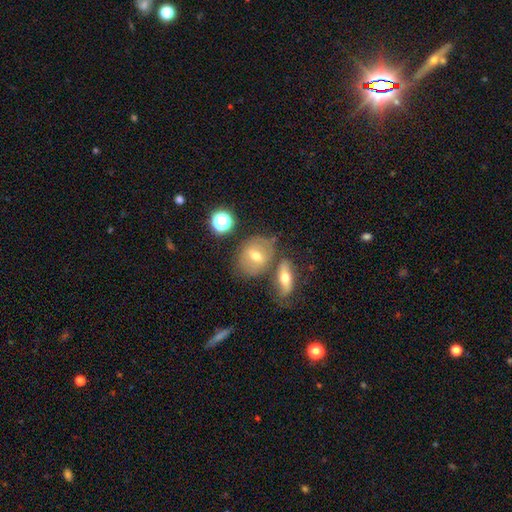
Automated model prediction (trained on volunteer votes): A smooth galaxy with no disk features (49%).

Vote fractions:
- Smooth or featured? smooth: 49% / featured or disk: 40% / star or artifact: 11%
- Merging? none: 61% / merger: 18% / minor disturbance: 15% / major disturbance: 6%